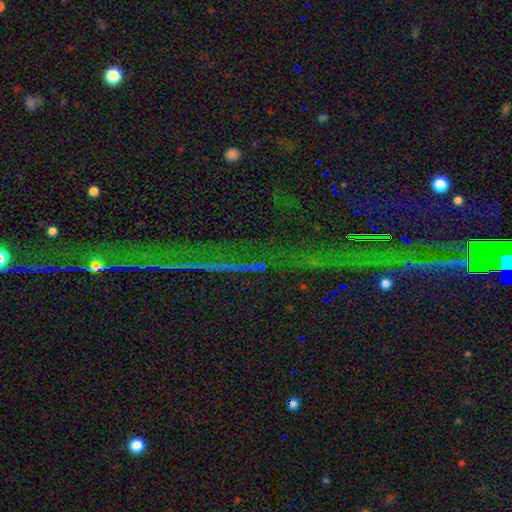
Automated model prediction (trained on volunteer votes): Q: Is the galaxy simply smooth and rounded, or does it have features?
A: star or artifact — 85%.